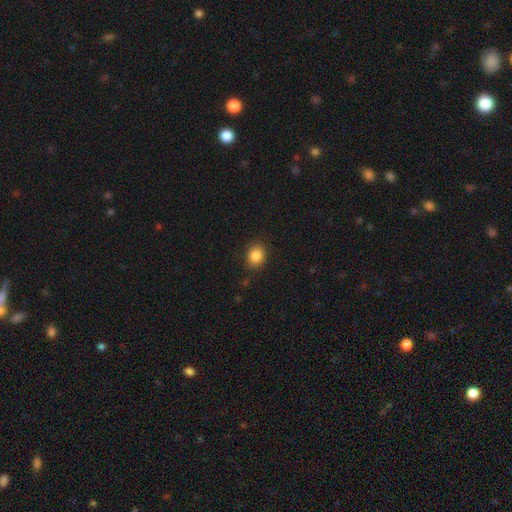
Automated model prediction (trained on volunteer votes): Smooth or featured: smooth — 86% (star or artifact — 10%)
How rounded: round — 62% (in between — 37%)
Merging: none — 87% (minor disturbance — 9%)